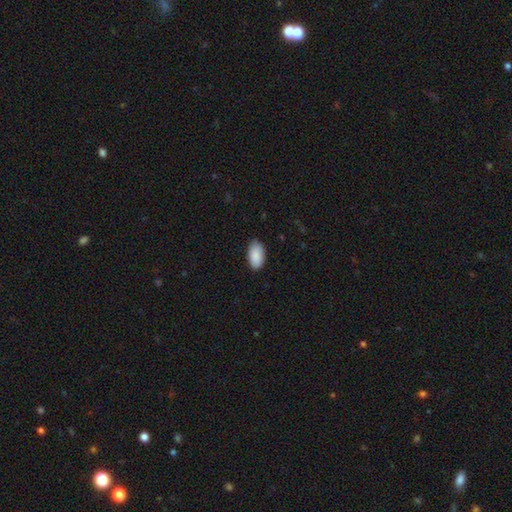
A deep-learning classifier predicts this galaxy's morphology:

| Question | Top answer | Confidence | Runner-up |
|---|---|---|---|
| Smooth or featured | smooth | 90% | star or artifact (6%) |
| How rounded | in between | 95% | round (3%) |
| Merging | none | 84% | minor disturbance (13%) |